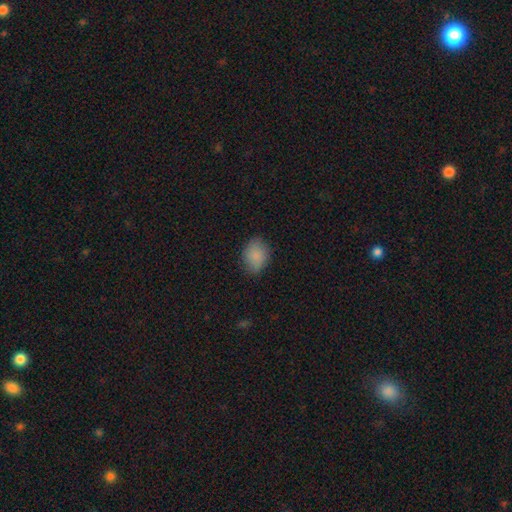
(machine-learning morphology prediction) This appears to be a smooth galaxy with no disk features (86%) that is in between round and cigar-shaped (66%). Merging: none (78%).